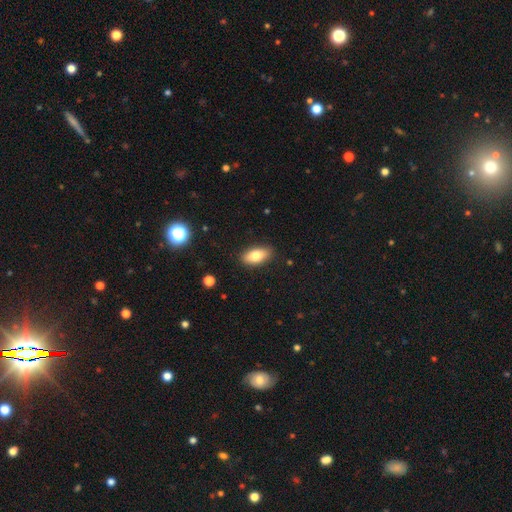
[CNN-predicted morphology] A smooth galaxy with no disk features (78%) that is in between round and cigar-shaped (88%). Merging: none (87%).